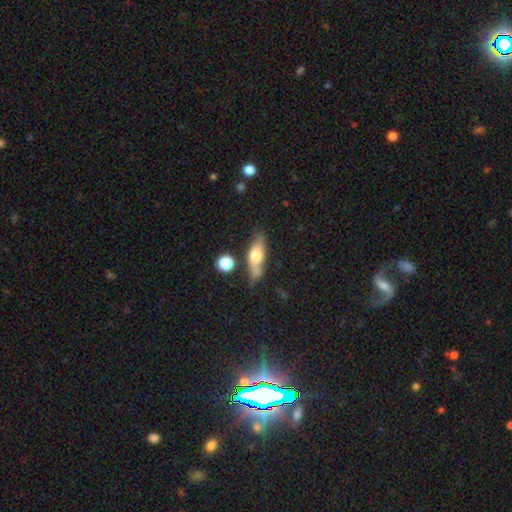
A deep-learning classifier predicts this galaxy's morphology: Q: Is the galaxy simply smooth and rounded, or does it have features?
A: smooth — 55%.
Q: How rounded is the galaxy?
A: in between — 53%.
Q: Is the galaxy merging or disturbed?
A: none — 61%.